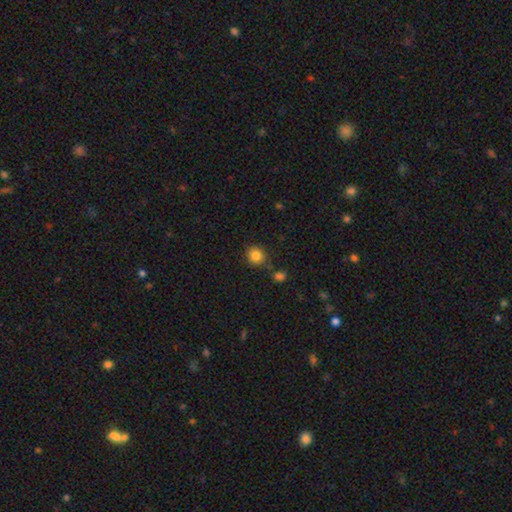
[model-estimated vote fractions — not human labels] smooth 84%, star or artifact 11%, featured or disk 5%. Down the decision tree: how rounded — round (87%); merging — none (80%).